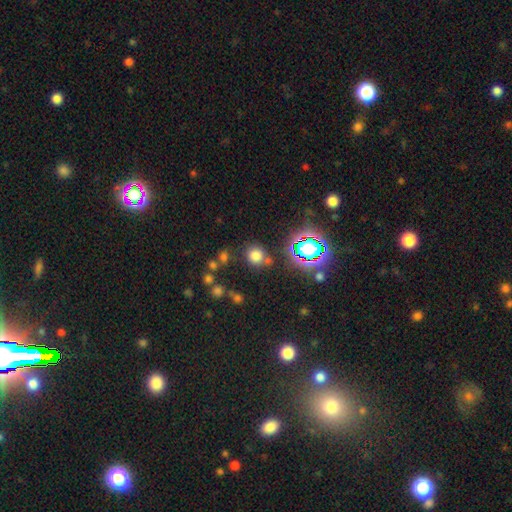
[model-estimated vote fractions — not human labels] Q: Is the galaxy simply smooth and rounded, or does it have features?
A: smooth — 71%.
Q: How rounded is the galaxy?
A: round — 87%.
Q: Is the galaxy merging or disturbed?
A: none — 75%.